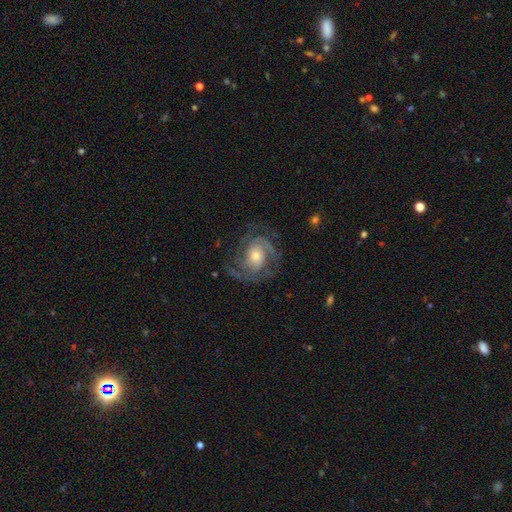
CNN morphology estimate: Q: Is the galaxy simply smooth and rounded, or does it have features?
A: featured or disk — 85%.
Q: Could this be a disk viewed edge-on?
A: no — 97%.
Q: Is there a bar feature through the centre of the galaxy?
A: no — 67%.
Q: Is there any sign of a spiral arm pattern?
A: yes — 95%.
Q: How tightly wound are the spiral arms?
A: tight — 44%, tied with medium.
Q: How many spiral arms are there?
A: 2 — 36%.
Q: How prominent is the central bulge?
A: moderate — 55%.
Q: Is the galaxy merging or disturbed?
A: none — 72%.